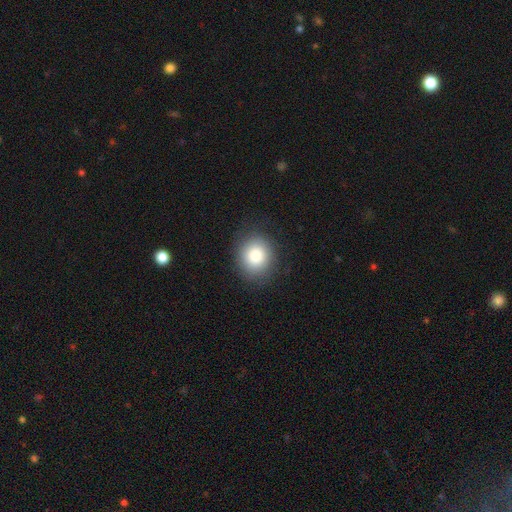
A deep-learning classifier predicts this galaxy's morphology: type=smooth (83%); roundness=round (76%); merging=none (86%).